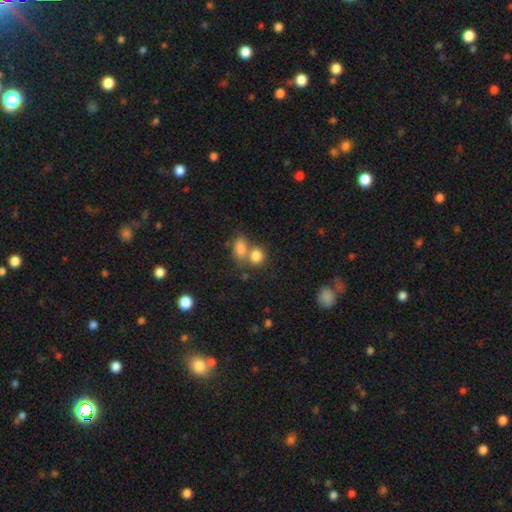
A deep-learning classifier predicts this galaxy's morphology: This appears to be a smooth galaxy with no disk features (82%) that is round (50%). Merging: merger (47%).